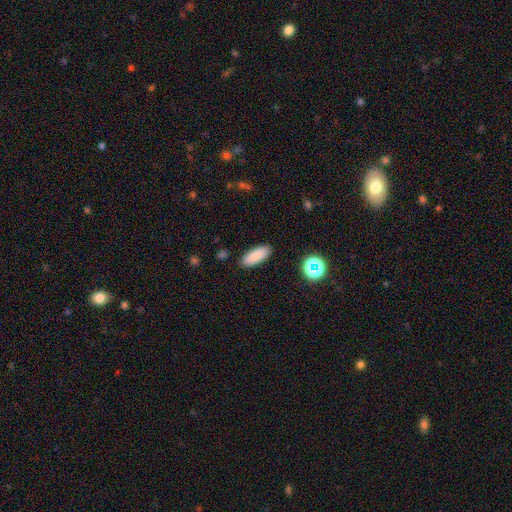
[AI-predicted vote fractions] Smooth or featured: smooth — 86% (star or artifact — 9%)
How rounded: in between — 74% (cigar-shaped — 24%)
Merging: none — 89% (minor disturbance — 7%)